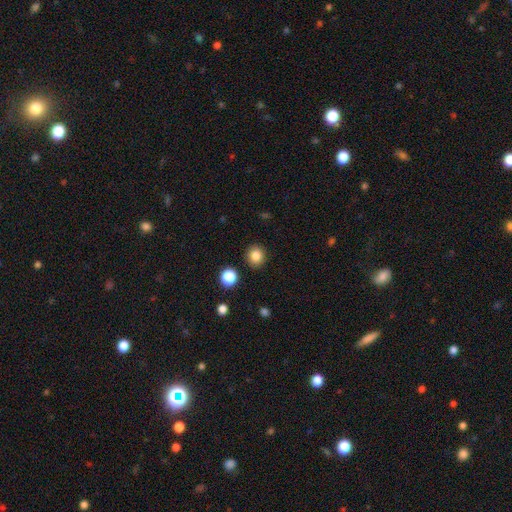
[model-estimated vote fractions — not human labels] Smooth or featured? smooth (84%)
How rounded? round (89%)
Merging? none (90%)